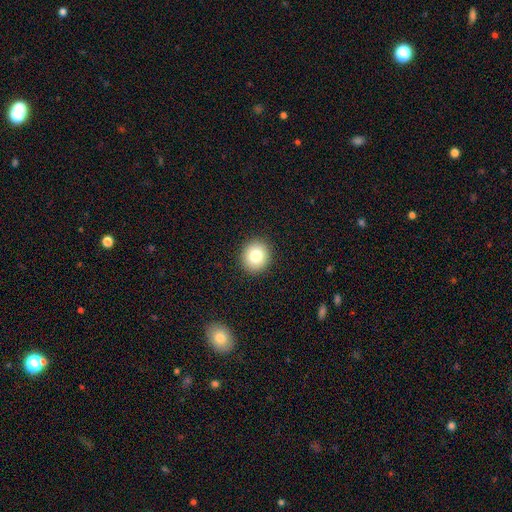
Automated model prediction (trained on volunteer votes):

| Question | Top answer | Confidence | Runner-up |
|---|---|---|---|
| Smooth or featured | smooth | 80% | star or artifact (10%) |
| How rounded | round | 85% | in between (14%) |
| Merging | none | 92% | minor disturbance (5%) |